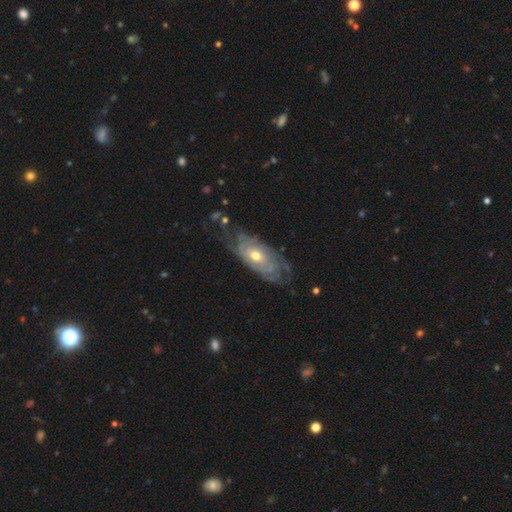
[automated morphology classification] Smooth or featured? Predicted: featured or disk (p=0.80). Edge-on disk? Predicted: no (p=0.91). Bar? Predicted: no (p=0.76). Spiral arms? Predicted: yes (p=0.86). Spiral winding? Predicted: tight (p=0.72). Spiral arm count? Predicted: can't tell (p=0.56). Bulge size? Predicted: moderate (p=0.64). Merging? Predicted: none (p=0.62).